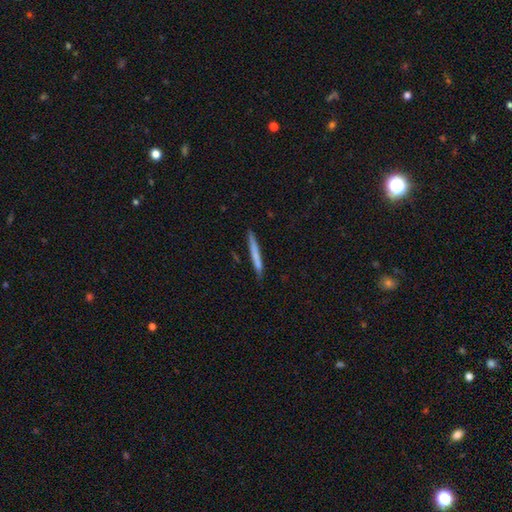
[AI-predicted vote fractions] This is likely a smooth galaxy (66%). How rounded: clearly cigar-shaped (97%). Merging: clearly none (88%).